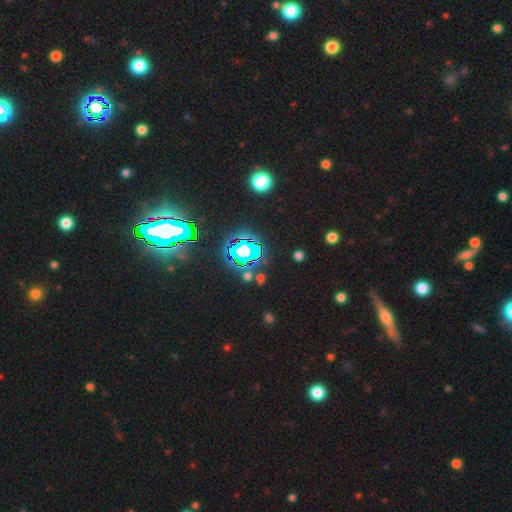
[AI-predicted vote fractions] Smooth or featured: star or artifact — 78% (smooth — 12%)